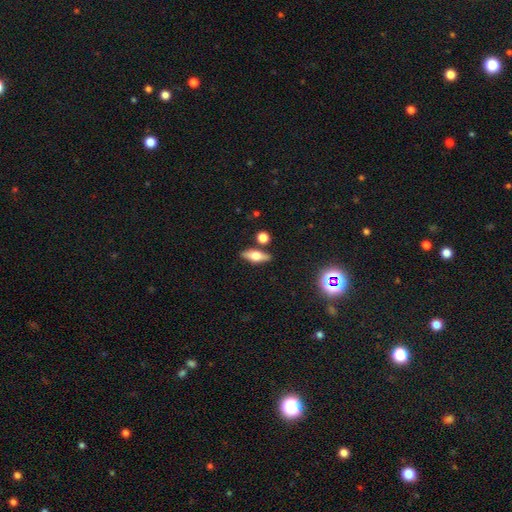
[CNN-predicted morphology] Smooth or featured?
  - smooth: 47% *
  - featured or disk: 44%
  - star or artifact: 9%
Merging?
  - none: 81% *
  - minor disturbance: 10%
  - merger: 6%
  - major disturbance: 3%